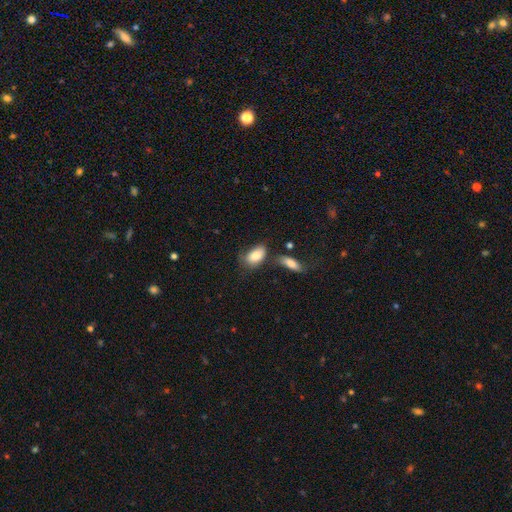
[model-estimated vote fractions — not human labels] A smooth galaxy with no disk features (82%) that is in between round and cigar-shaped (90%).

Vote fractions:
- Smooth or featured? smooth: 82% / featured or disk: 11% / star or artifact: 7%
- How rounded? in between: 90% / round: 8% / cigar-shaped: 2%
- Merging? none: 47% / minor disturbance: 27% / merger: 15% / major disturbance: 11%